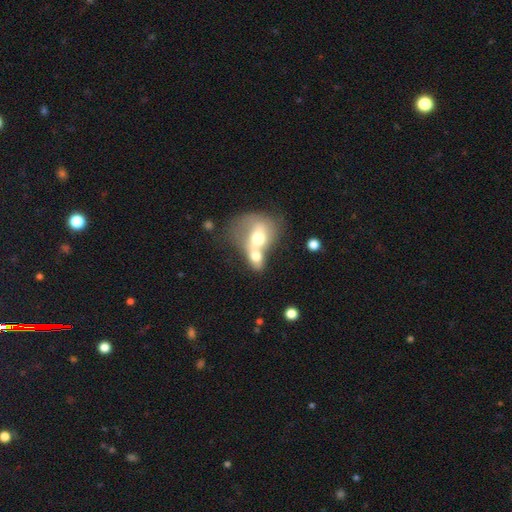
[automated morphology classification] smooth 60%, featured or disk 32%, star or artifact 8%. Down the decision tree: how rounded — in between (62%); merging — merger (78%).